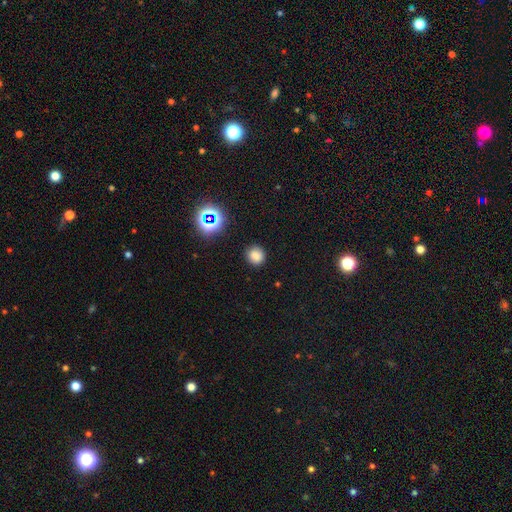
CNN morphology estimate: smooth-or-featured: smooth: 78% | star or artifact: 17% | featured or disk: 5%
  how-rounded: round: 89% | in between: 10% | cigar-shaped: 1%
  merging: none: 88% | minor disturbance: 8% | major disturbance: 3% | merger: 1%